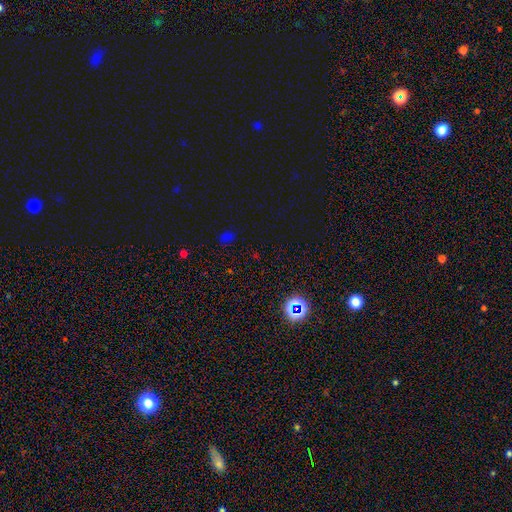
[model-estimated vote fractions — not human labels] Q: Smooth or featured?
A: star or artifact (67%); runner-up: smooth (27%)